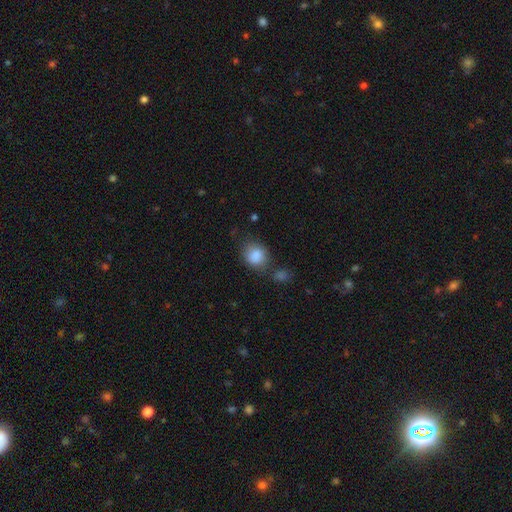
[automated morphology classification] Smooth or featured?
  - smooth: 86% *
  - star or artifact: 8%
  - featured or disk: 6%
How rounded?
  - round: 62% *
  - in between: 37%
  - cigar-shaped: 1%
Merging?
  - none: 60% *
  - minor disturbance: 20%
  - merger: 13%
  - major disturbance: 7%